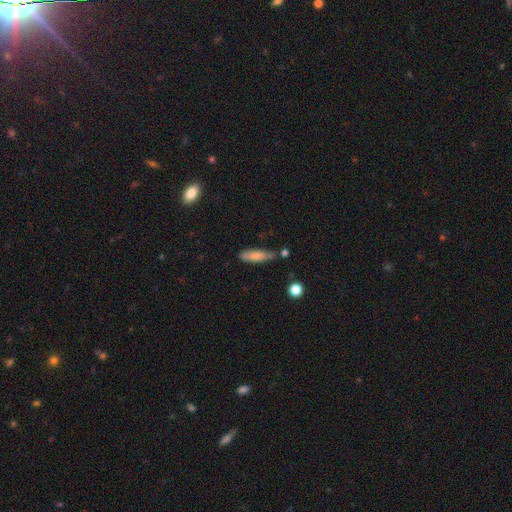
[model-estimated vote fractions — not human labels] Smooth or featured?
  - smooth: 79% *
  - featured or disk: 14%
  - star or artifact: 7%
How rounded?
  - cigar-shaped: 56% *
  - in between: 42%
  - round: 2%
Merging?
  - none: 60% *
  - minor disturbance: 25%
  - merger: 9%
  - major disturbance: 6%